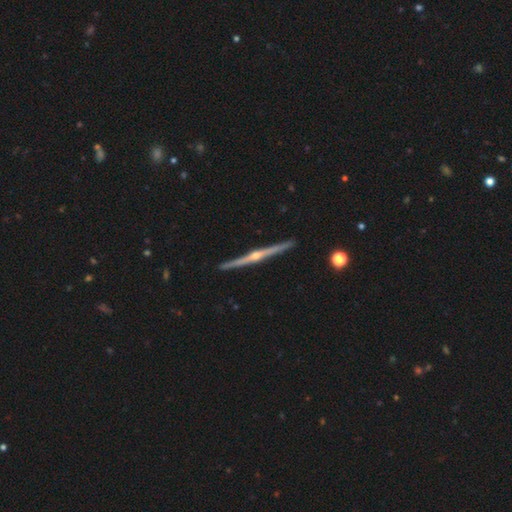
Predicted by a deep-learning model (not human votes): This appears to be a featured or disk galaxy (88%) viewed edge-on (99%) with a rounded central bulge (90%). Merging: none (93%).